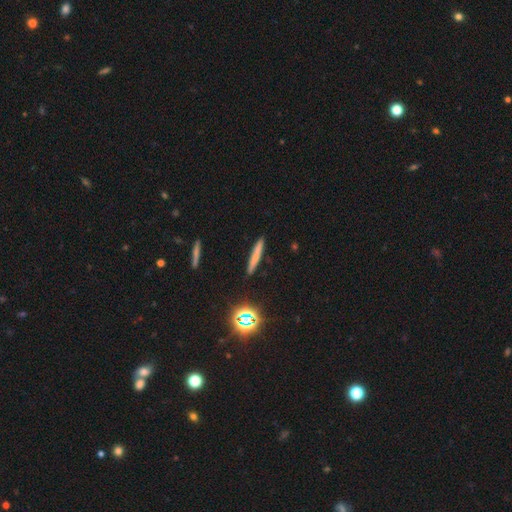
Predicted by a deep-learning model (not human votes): This is likely a smooth galaxy (64%). How rounded: clearly cigar-shaped (93%). Merging: clearly none (90%).